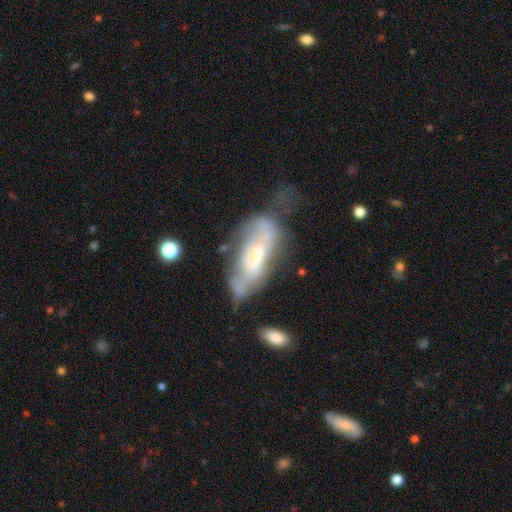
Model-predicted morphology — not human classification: featured or disk 57%, smooth 35%, star or artifact 8%. Down the decision tree: edge-on disk — no (82%); merging — none (30%).